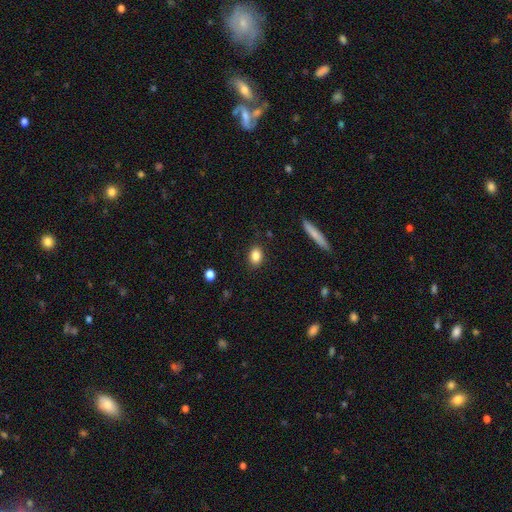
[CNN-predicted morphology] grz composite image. It shows a smooth galaxy with no disk features (84%) that is in between round and cigar-shaped (76%). Merging: none (88%).